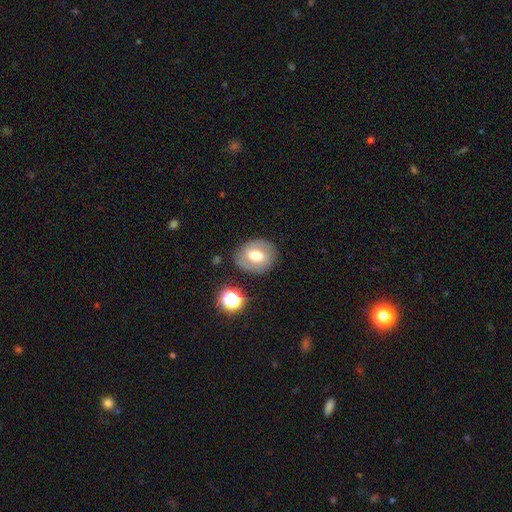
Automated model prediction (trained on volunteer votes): Q: Smooth or featured?
A: smooth (51%); runner-up: featured or disk (40%)
Q: How rounded?
A: round (52%); runner-up: in between (47%)
Q: Merging?
A: none (80%); runner-up: minor disturbance (13%)